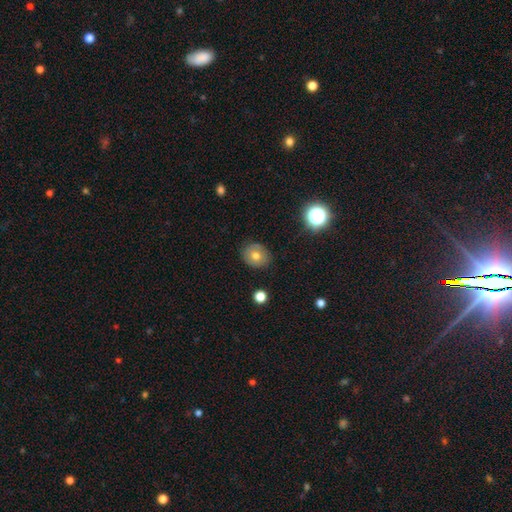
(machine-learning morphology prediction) Q: Smooth or featured?
A: smooth (70%); runner-up: featured or disk (18%)
Q: How rounded?
A: round (67%); runner-up: in between (32%)
Q: Merging?
A: none (86%); runner-up: minor disturbance (10%)